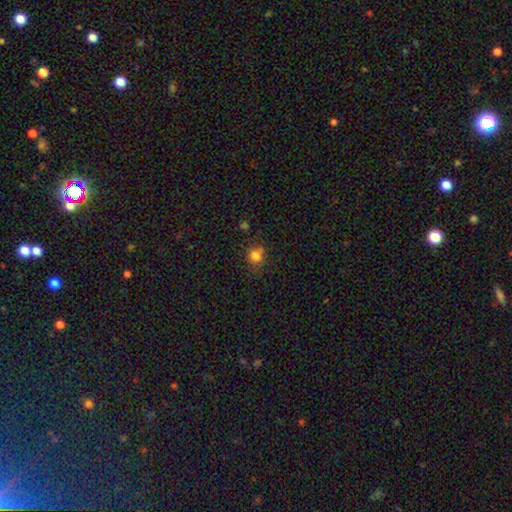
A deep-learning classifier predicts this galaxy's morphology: smooth-or-featured: smooth: 80% | star or artifact: 14% | featured or disk: 6%
  how-rounded: round: 83% | in between: 16% | cigar-shaped: 1%
  merging: none: 73% | minor disturbance: 18% | major disturbance: 5% | merger: 4%